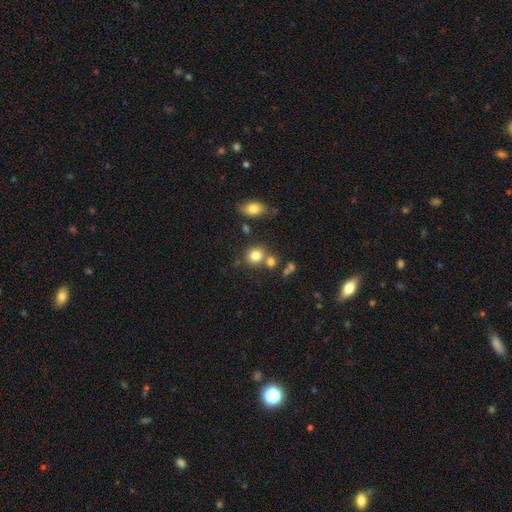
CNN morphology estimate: This appears to be a smooth galaxy with no disk features (80%) that is round (78%). Merging: none (66%).